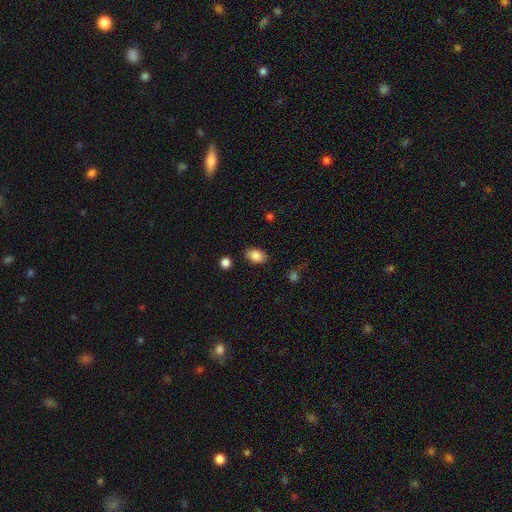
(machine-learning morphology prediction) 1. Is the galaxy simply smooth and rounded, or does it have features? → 86% smooth, 8% star or artifact, 6% featured or disk.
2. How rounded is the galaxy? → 87% in between, 12% round, 1% cigar-shaped.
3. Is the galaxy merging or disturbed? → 84% none, 11% minor disturbance, 3% major disturbance, 2% merger.